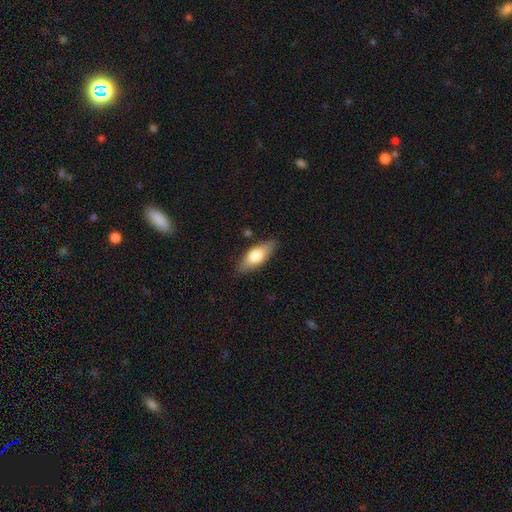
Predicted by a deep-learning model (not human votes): smooth 69%, featured or disk 26%, star or artifact 6%. Down the decision tree: how rounded — in between (75%); merging — none (85%).